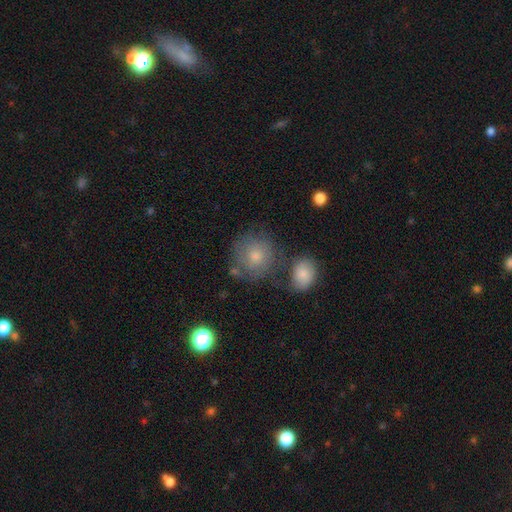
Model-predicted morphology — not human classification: This appears to be a smooth galaxy with no disk features (64%) that is round (89%). Merging: none (66%).